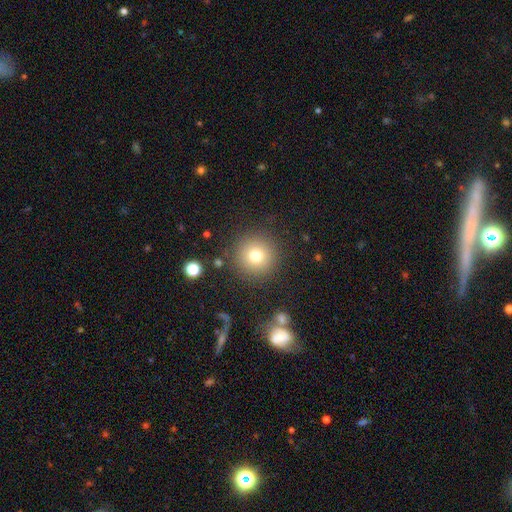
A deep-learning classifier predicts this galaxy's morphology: This is likely a smooth galaxy (76%). How rounded: clearly round (96%). Merging: clearly none (87%).